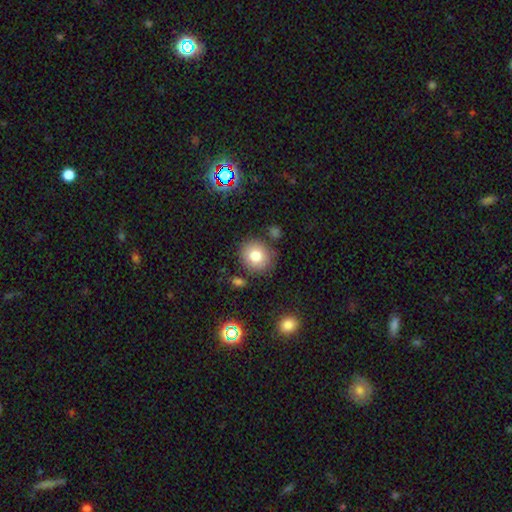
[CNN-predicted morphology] Smooth or featured: smooth — 79% (star or artifact — 10%)
How rounded: round — 81% (in between — 18%)
Merging: none — 81% (minor disturbance — 11%)